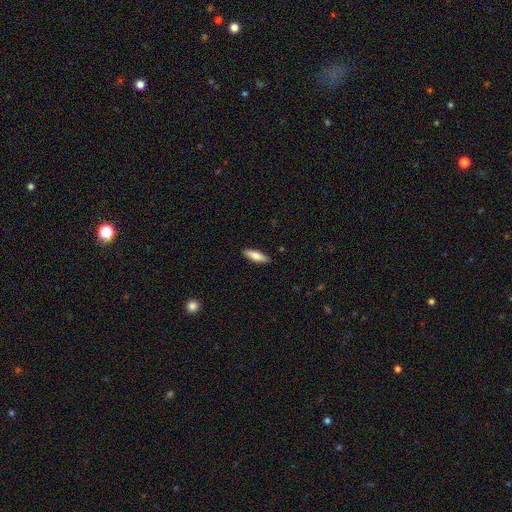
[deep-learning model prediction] smooth 74%, featured or disk 20%, star or artifact 6%. Down the decision tree: how rounded — cigar-shaped (52%); merging — none (89%).